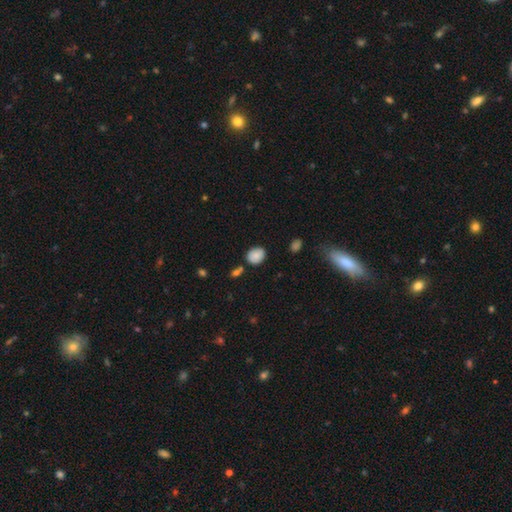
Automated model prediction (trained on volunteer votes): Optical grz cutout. It shows a smooth galaxy with no disk features (83%) that is round (55%). Merging: none (76%).